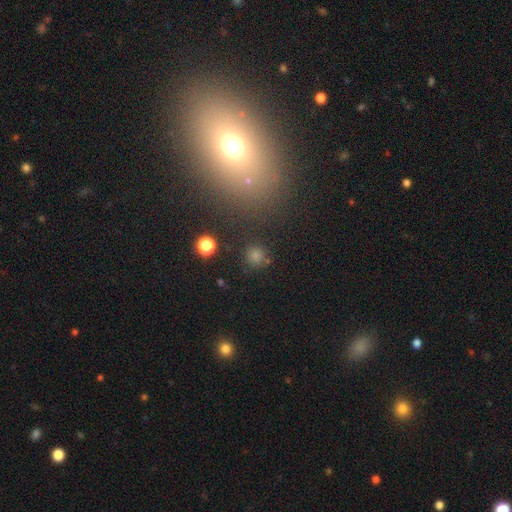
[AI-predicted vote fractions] Smooth or featured? Predicted: smooth (p=0.76). How rounded? Predicted: round (p=0.92). Merging? Predicted: none (p=0.82).